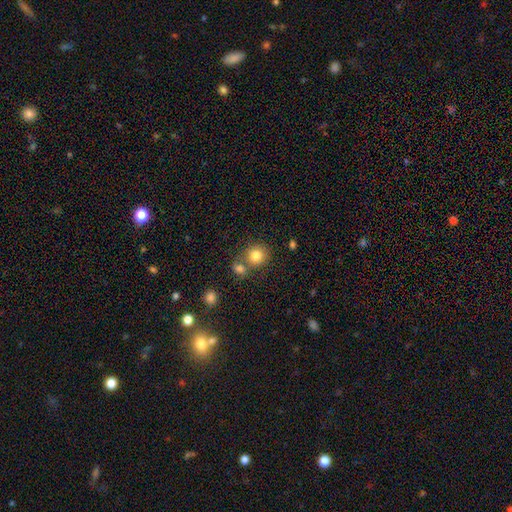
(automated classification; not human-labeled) This is clearly a smooth galaxy (81%). How rounded: clearly round (86%). Merging: likely none (61%).